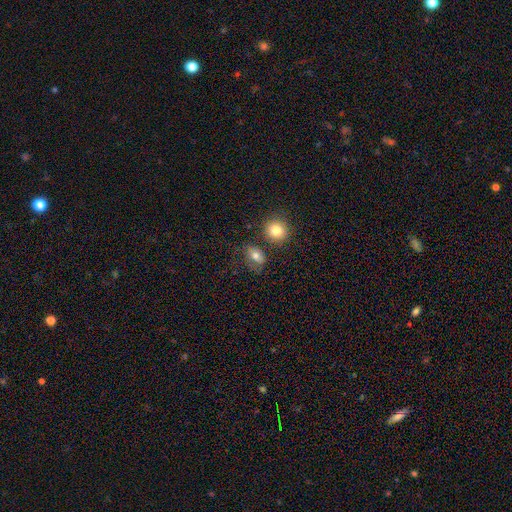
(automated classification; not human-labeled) smooth 75%, featured or disk 13%, star or artifact 11%. Down the decision tree: how rounded — in between (69%); merging — none (61%).